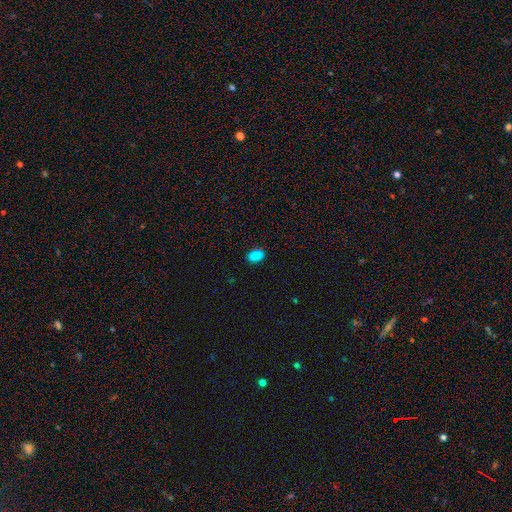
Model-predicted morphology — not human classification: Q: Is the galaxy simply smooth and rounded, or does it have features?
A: smooth — 86%.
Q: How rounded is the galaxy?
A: in between — 86%.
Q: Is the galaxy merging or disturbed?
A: none — 85%.